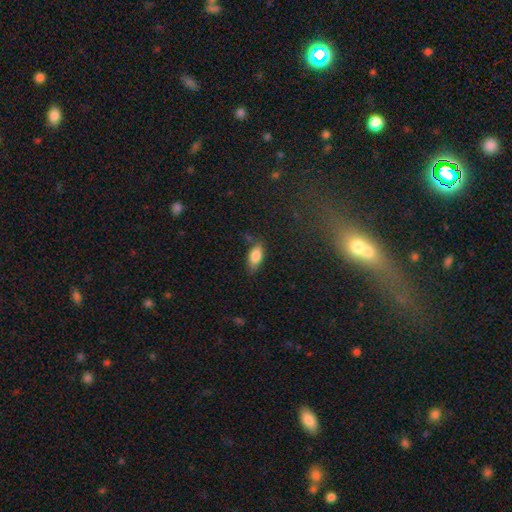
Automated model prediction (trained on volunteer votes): smooth_or_featured: smooth (p=0.83) [alt: featured or disk p=0.10]
how_rounded: in between (p=0.86) [alt: cigar-shaped p=0.11]
merging: none (p=0.70) [alt: minor disturbance p=0.21]